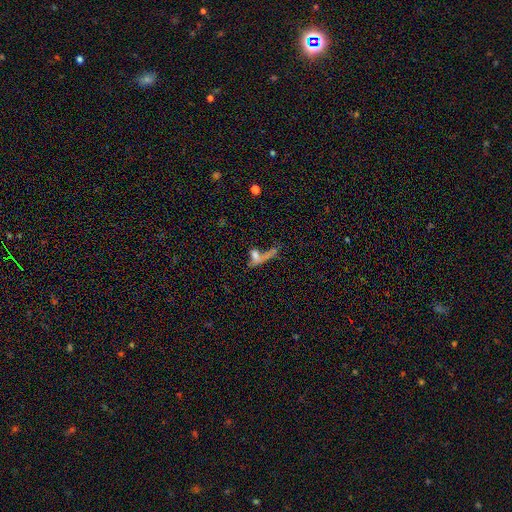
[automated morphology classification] Smooth or featured? smooth (51%)
How rounded? in between (49%)
Merging? merger (42%)